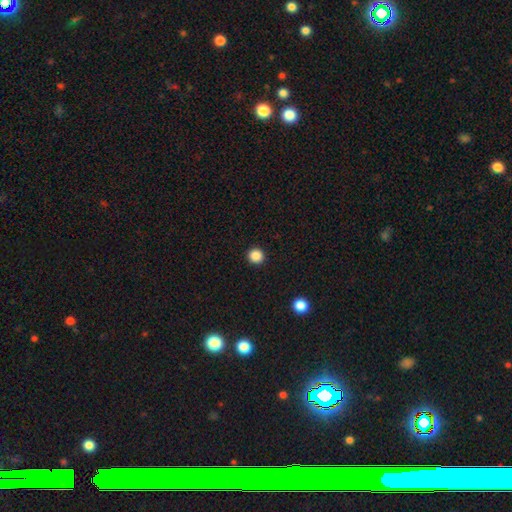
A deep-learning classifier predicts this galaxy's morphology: smooth-or-featured: smooth: 87% | star or artifact: 11% | featured or disk: 2%
  how-rounded: round: 95% | in between: 4% | cigar-shaped: 1%
  merging: none: 93% | minor disturbance: 4% | major disturbance: 2% | merger: 1%